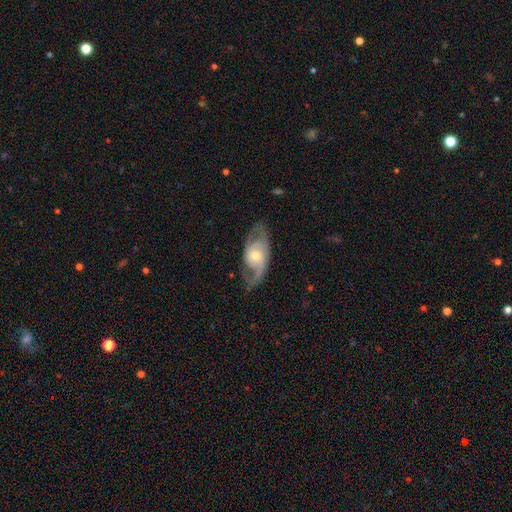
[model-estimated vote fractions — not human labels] Smooth or featured: featured or disk — 78% (smooth — 17%)
Edge-on disk: no — 92% (yes — 8%)
Bar: no — 64% (weak — 29%)
Spiral arms: yes — 88% (no — 12%)
Spiral winding: medium — 46% (loose — 28%)
Spiral arm count: 2 — 73% (can't tell — 12%)
Bulge size: moderate — 56% (small — 36%)
Merging: none — 68% (minor disturbance — 19%)